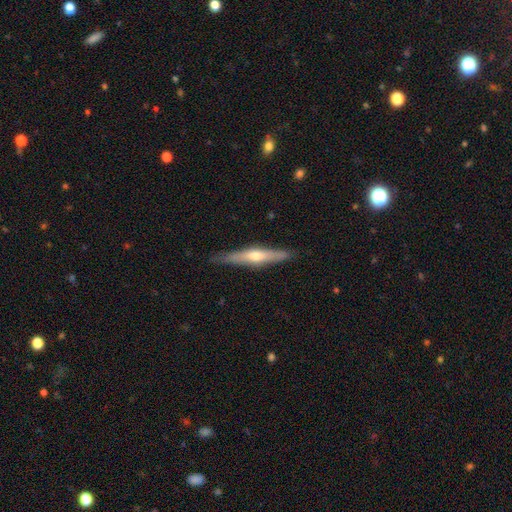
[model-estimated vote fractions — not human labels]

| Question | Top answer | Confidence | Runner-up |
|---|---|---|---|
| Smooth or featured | featured or disk | 63% | smooth (31%) |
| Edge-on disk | yes | 94% | no (6%) |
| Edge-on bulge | rounded | 86% | none (9%) |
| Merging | none | 86% | minor disturbance (11%) |